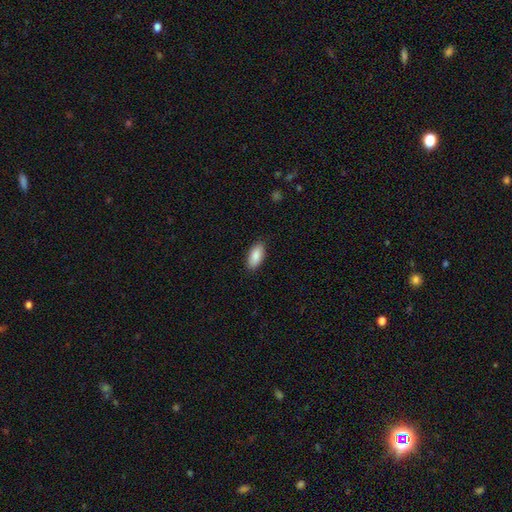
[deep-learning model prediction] The model was most divided on "merging": none: 88%, minor disturbance: 9%, major disturbance: 2%, merger: 1%. More confident: how rounded — in between (90%); smooth or featured — smooth (89%).